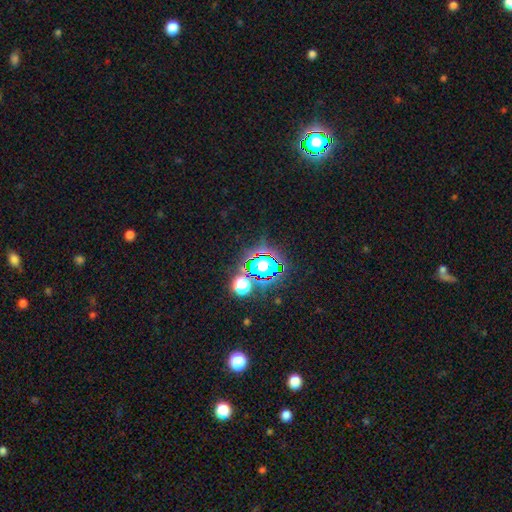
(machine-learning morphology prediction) type=star or artifact (69%).